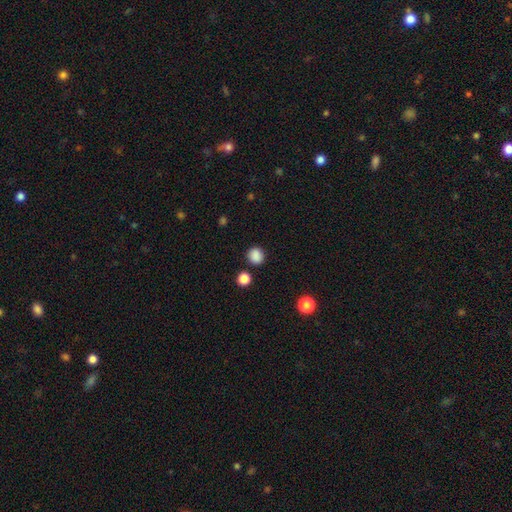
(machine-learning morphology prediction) Smooth or featured: smooth — 87% (star or artifact — 11%)
How rounded: round — 88% (in between — 11%)
Merging: none — 86% (minor disturbance — 7%)